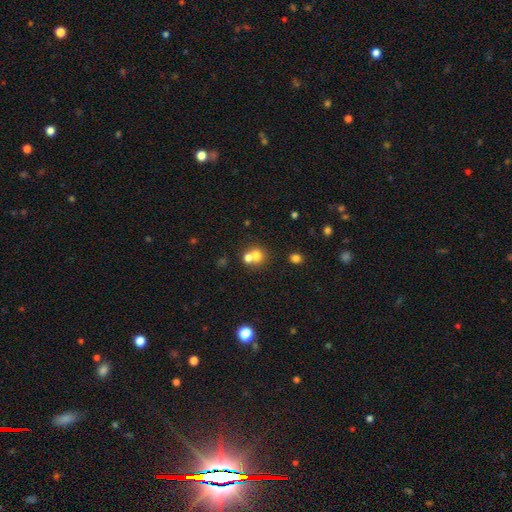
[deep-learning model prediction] smooth_or_featured: smooth (p=0.70) [alt: featured or disk p=0.16]
how_rounded: round (p=0.79) [alt: in between p=0.20]
merging: merger (p=0.53) [alt: none p=0.38]